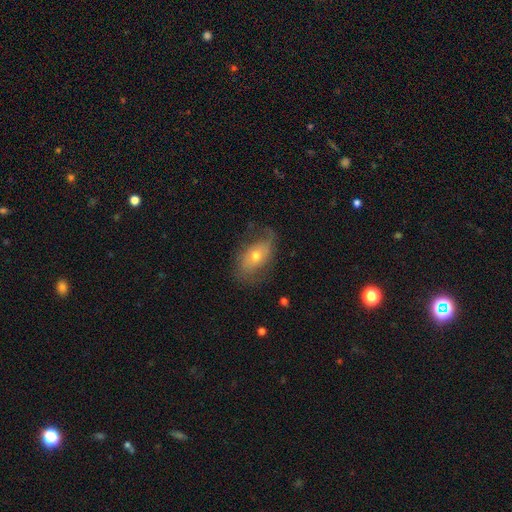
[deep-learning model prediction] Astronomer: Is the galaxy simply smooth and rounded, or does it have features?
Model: featured or disk — 55% (runner-up: smooth, 36%).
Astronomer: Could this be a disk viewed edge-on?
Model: no — 91%.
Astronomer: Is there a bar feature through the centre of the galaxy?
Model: no — 70%.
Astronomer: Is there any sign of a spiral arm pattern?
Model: yes — 72%.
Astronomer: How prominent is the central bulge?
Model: moderate — 56% (runner-up: small, 39%).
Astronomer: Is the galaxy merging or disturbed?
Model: none — 57%.